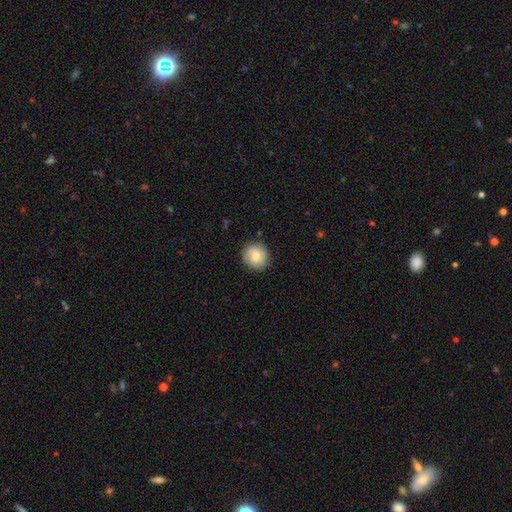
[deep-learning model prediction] smooth-or-featured: smooth: 76% | featured or disk: 16% | star or artifact: 7%
  how-rounded: round: 89% | in between: 10% | cigar-shaped: 1%
  merging: none: 86% | minor disturbance: 11% | major disturbance: 2% | merger: 1%